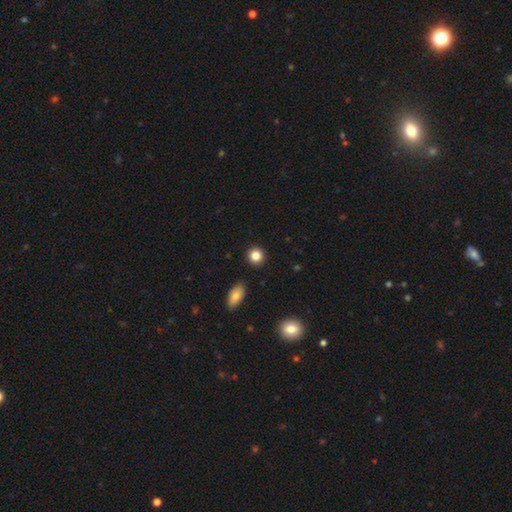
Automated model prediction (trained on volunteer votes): Smooth or featured? Predicted: smooth (p=0.84). How rounded? Predicted: round (p=0.89). Merging? Predicted: none (p=0.91).